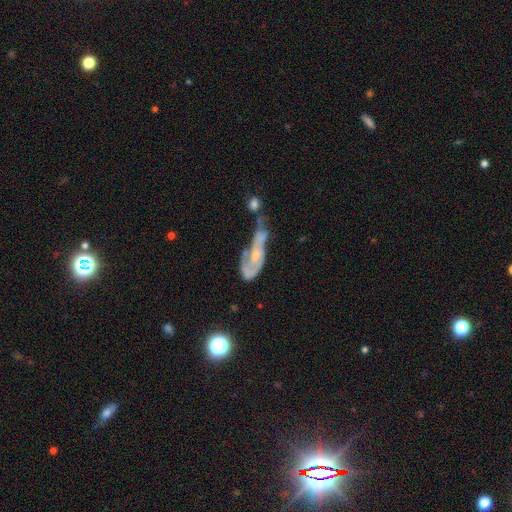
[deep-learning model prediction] Smooth or featured? Predicted: featured or disk (p=0.71). Edge-on disk? Predicted: no (p=0.90). Bar? Predicted: no (p=0.64). Spiral arms? Predicted: yes (p=0.77). Bulge size? Predicted: small (p=0.49). Merging? Predicted: major disturbance (p=0.33).